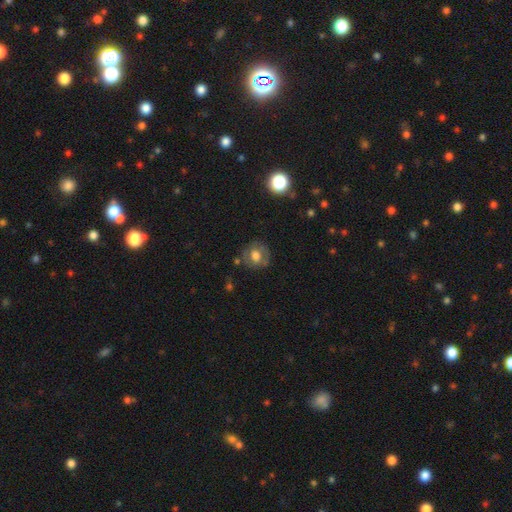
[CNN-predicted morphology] smooth 60%, featured or disk 30%, star or artifact 10%. Down the decision tree: how rounded — round (76%); merging — none (74%).